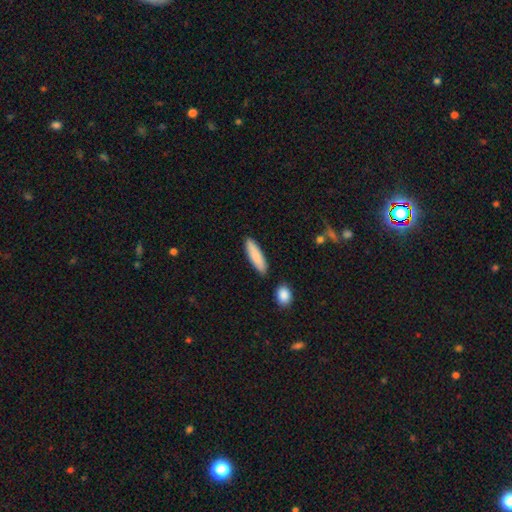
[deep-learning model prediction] Smooth or featured?
  - smooth: 86% *
  - featured or disk: 9%
  - star or artifact: 6%
How rounded?
  - cigar-shaped: 65% *
  - in between: 33%
  - round: 2%
Merging?
  - none: 86% *
  - minor disturbance: 9%
  - merger: 3%
  - major disturbance: 2%